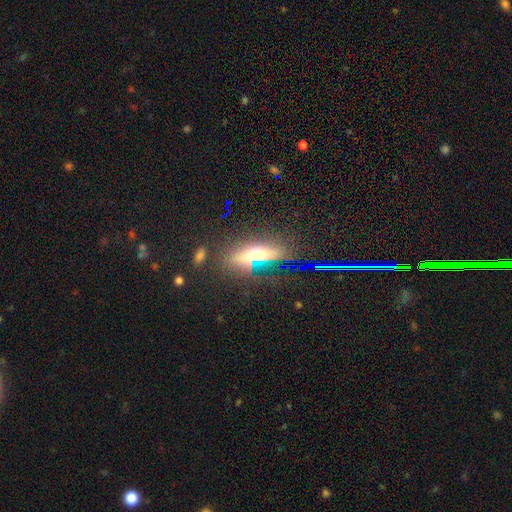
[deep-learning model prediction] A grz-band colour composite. It shows a smooth galaxy with no disk features (53%) that is in between round and cigar-shaped (62%). Merging: none (77%).